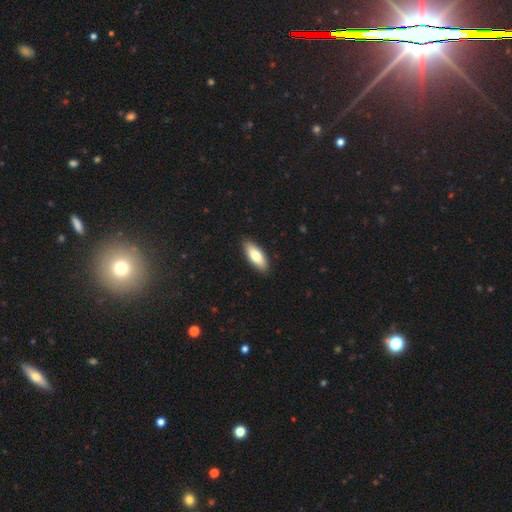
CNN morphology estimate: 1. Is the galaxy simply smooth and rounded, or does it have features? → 77% smooth, 17% featured or disk, 5% star or artifact.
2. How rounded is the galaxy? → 70% in between, 28% cigar-shaped, 2% round.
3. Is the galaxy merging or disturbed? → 89% none, 8% minor disturbance, 2% major disturbance, 1% merger.